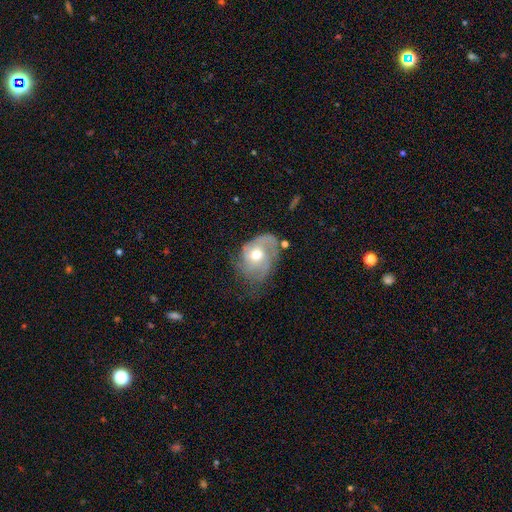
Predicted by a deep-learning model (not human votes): A featured or disk galaxy (62%) with no bar (77%), spiral arms (76%) and a moderate central bulge (74%).

Vote fractions:
- Smooth or featured? featured or disk: 62% / smooth: 31% / star or artifact: 7%
- Edge-on disk? no: 96% / yes: 4%
- Bar? no: 77% / weak: 20% / strong: 3%
- Spiral arms? yes: 76% / no: 24%
- Bulge size? moderate: 74% / small: 13% / large: 11% / dominant: 1% / none: 1%
- Merging? none: 42% / minor disturbance: 31% / major disturbance: 24% / merger: 3%